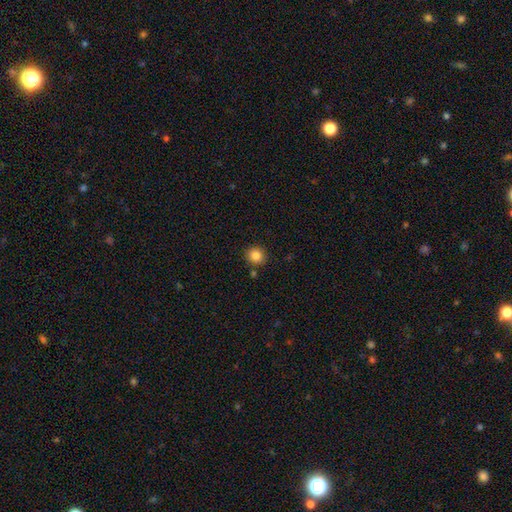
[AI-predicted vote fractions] This appears to be a smooth galaxy with no disk features (84%) that is round (89%). Merging: none (86%).